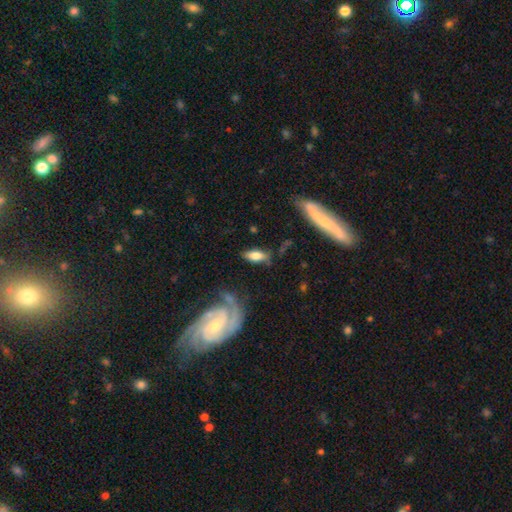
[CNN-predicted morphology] type=smooth (65%); roundness=in between (79%); merging=none (70%).